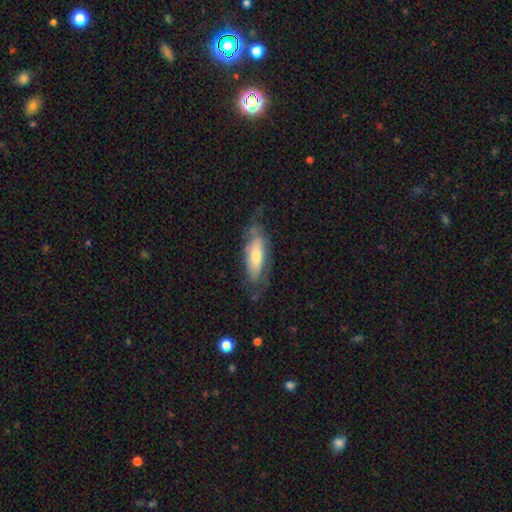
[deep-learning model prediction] Smooth or featured? featured or disk (58%)
Edge-on disk? no (74%)
Merging? none (65%)